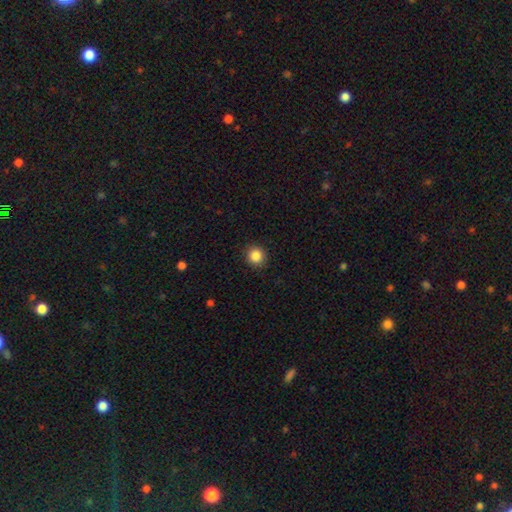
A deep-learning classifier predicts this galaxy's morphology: Smooth or featured?
  - smooth: 87% *
  - star or artifact: 10%
  - featured or disk: 3%
How rounded?
  - round: 89% *
  - in between: 10%
  - cigar-shaped: 1%
Merging?
  - none: 90% *
  - minor disturbance: 7%
  - major disturbance: 2%
  - merger: 1%